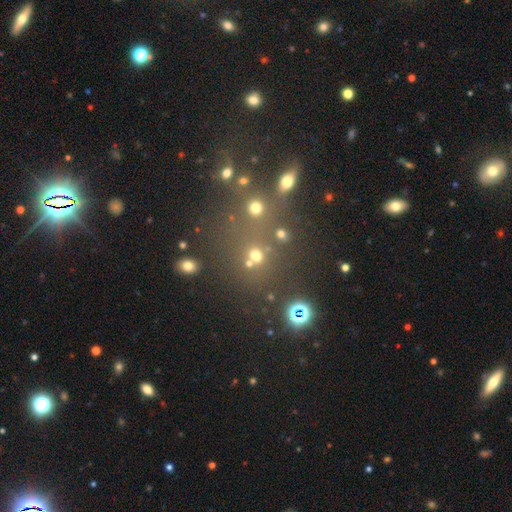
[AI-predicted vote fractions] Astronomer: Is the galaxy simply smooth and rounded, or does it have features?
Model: smooth — 62%.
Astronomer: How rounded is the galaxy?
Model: round — 82%.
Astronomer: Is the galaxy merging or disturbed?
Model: none — 63%.